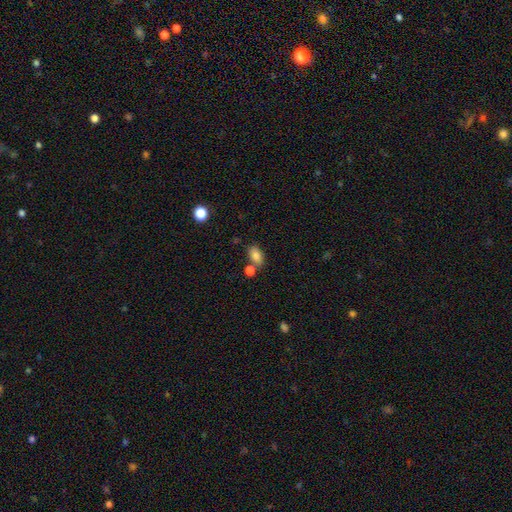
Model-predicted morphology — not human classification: Overall: smooth (82%). How rounded: in between (87%). Merging: none (66%).